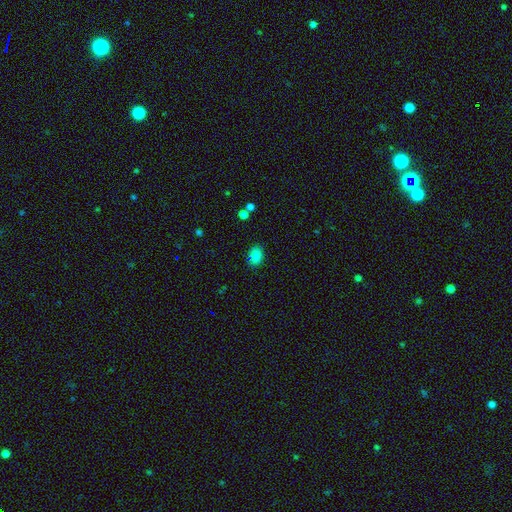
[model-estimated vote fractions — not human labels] A smooth galaxy with no disk features (82%) that is in between round and cigar-shaped (72%).

Vote fractions:
- Smooth or featured? smooth: 82% / star or artifact: 12% / featured or disk: 6%
- How rounded? in between: 72% / round: 27% / cigar-shaped: 1%
- Merging? none: 79% / minor disturbance: 13% / merger: 4% / major disturbance: 3%